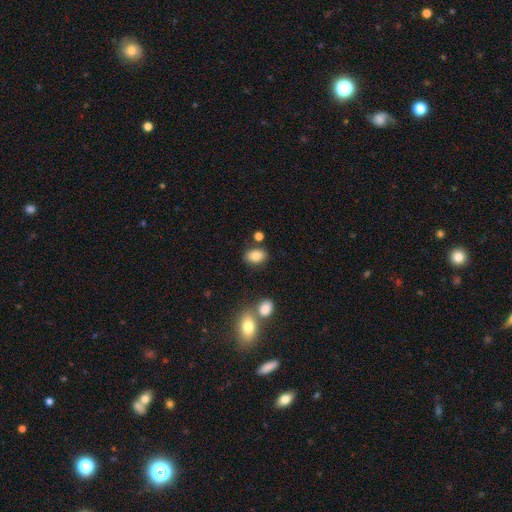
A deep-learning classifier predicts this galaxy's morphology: Smooth or featured?
  - smooth: 82% *
  - star or artifact: 9%
  - featured or disk: 8%
How rounded?
  - in between: 79% *
  - round: 20%
  - cigar-shaped: 1%
Merging?
  - none: 77% *
  - minor disturbance: 12%
  - merger: 8%
  - major disturbance: 3%